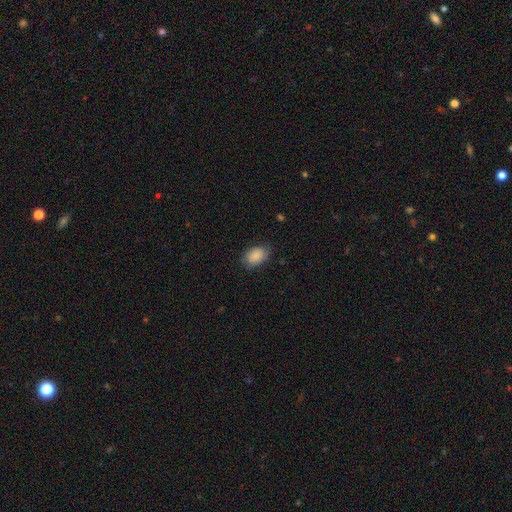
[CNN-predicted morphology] This appears to be a smooth galaxy with no disk features (86%) that is in between round and cigar-shaped (87%). Merging: none (76%).